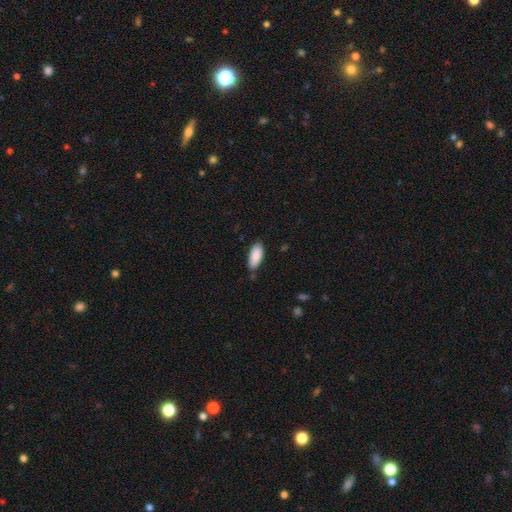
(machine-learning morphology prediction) smooth-or-featured: smooth: 88% | star or artifact: 6% | featured or disk: 6%
  how-rounded: in between: 82% | cigar-shaped: 16% | round: 2%
  merging: none: 81% | minor disturbance: 15% | major disturbance: 2% | merger: 2%